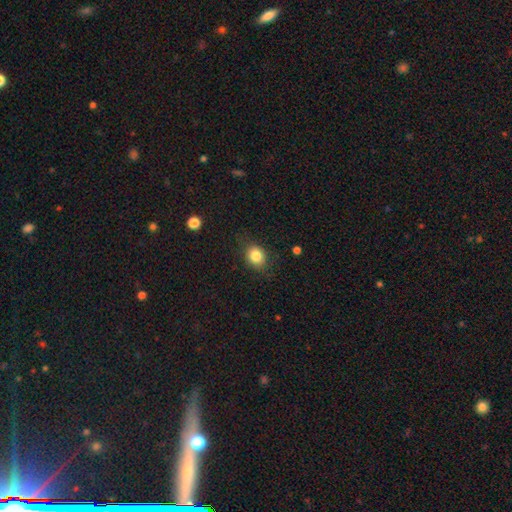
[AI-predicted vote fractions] Smooth or featured? Predicted: smooth (p=0.83). How rounded? Predicted: round (p=0.58). Merging? Predicted: none (p=0.80).